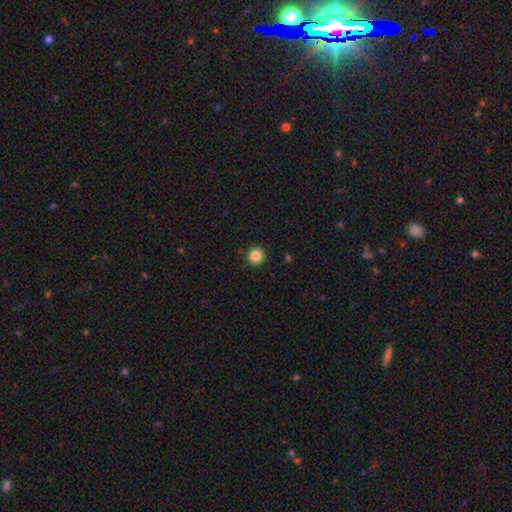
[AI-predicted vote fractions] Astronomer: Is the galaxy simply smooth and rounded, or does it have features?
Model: smooth — 85%.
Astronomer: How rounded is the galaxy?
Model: round — 96%.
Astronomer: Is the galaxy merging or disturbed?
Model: none — 92%.